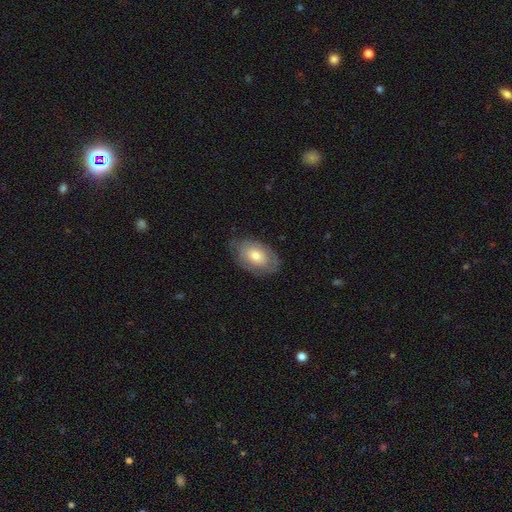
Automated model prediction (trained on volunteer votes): A smooth galaxy with no disk features (58%) that is in between round and cigar-shaped (89%).

Vote fractions:
- Smooth or featured? smooth: 58% / featured or disk: 35% / star or artifact: 7%
- How rounded? in between: 89% / round: 10% / cigar-shaped: 1%
- Merging? none: 74% / minor disturbance: 19% / major disturbance: 5% / merger: 1%